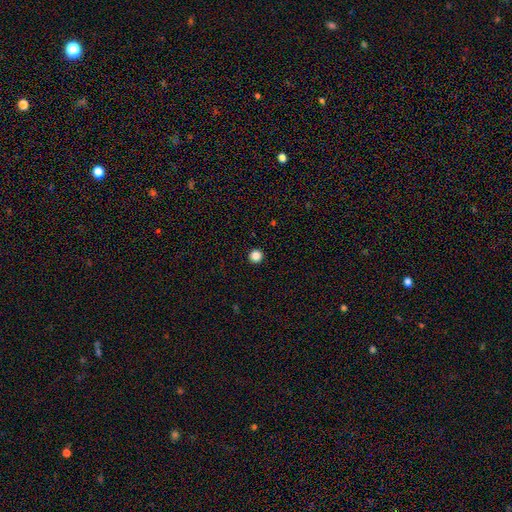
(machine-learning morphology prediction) smooth_or_featured: smooth (p=0.86) [alt: star or artifact p=0.11]
how_rounded: round (p=0.97) [alt: in between p=0.02]
merging: none (p=0.94) [alt: minor disturbance p=0.03]